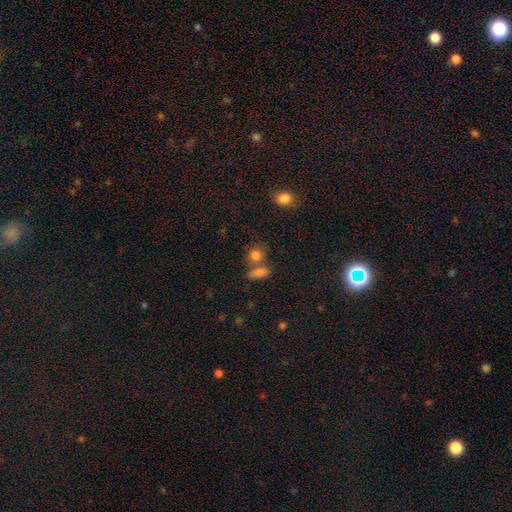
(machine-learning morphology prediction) A smooth galaxy with no disk features (81%) that is round (61%).

Vote fractions:
- Smooth or featured? smooth: 81% / star or artifact: 12% / featured or disk: 8%
- How rounded? round: 61% / in between: 36% / cigar-shaped: 3%
- Merging? none: 52% / merger: 32% / minor disturbance: 11% / major disturbance: 5%